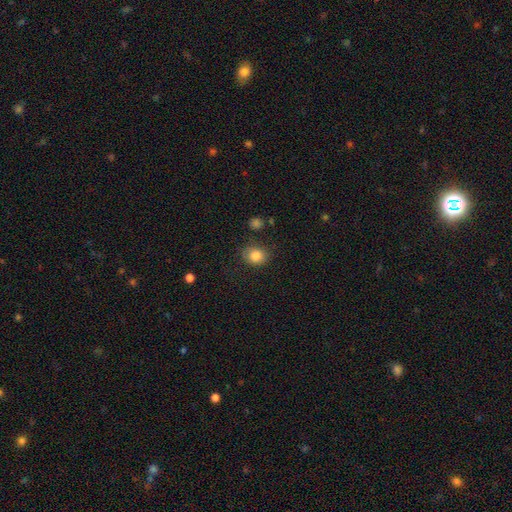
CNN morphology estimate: Smooth or featured? smooth (85%)
How rounded? round (67%)
Merging? none (78%)